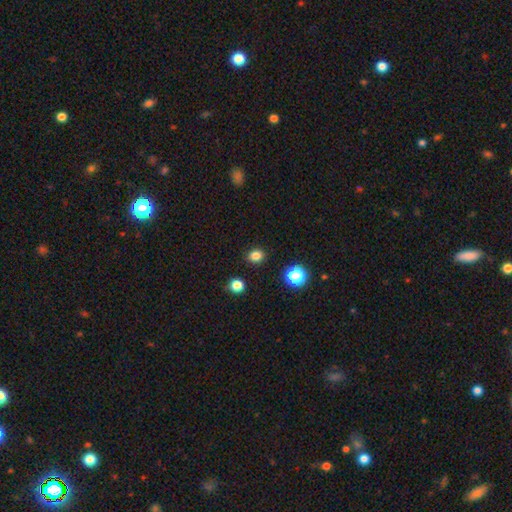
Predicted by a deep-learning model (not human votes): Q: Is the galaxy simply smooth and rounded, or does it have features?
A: smooth — 81%.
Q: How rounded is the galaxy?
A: round — 69%.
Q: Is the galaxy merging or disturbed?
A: none — 89%.